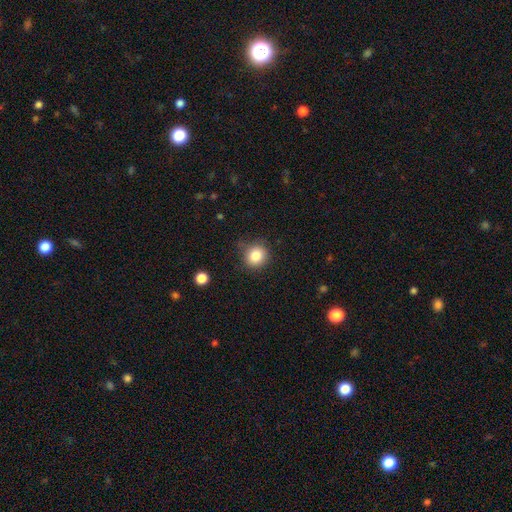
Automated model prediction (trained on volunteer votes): Smooth or featured? Predicted: smooth (p=0.83). How rounded? Predicted: round (p=0.87). Merging? Predicted: none (p=0.79).